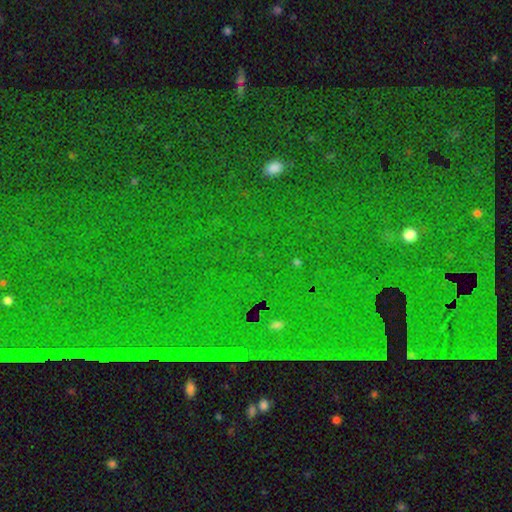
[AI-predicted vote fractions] A star or artifact, not a galaxy (84%).

Vote fractions:
- Smooth or featured? star or artifact: 84% / featured or disk: 8% / smooth: 8%